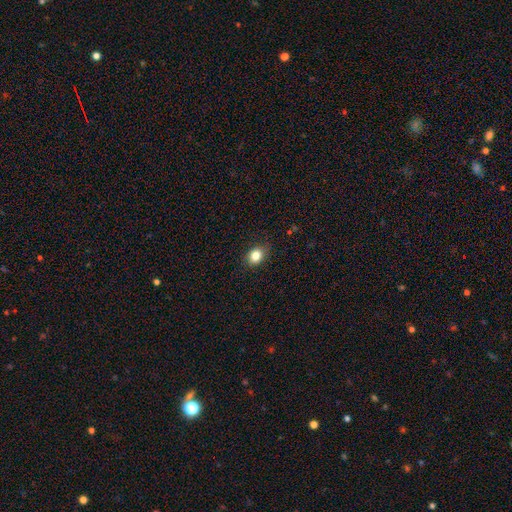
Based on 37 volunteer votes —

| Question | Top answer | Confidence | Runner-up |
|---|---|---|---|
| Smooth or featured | smooth | 84% | featured or disk (8%) |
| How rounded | in between | 68% | round (32%) |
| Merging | none | 85% | minor disturbance (15%) |